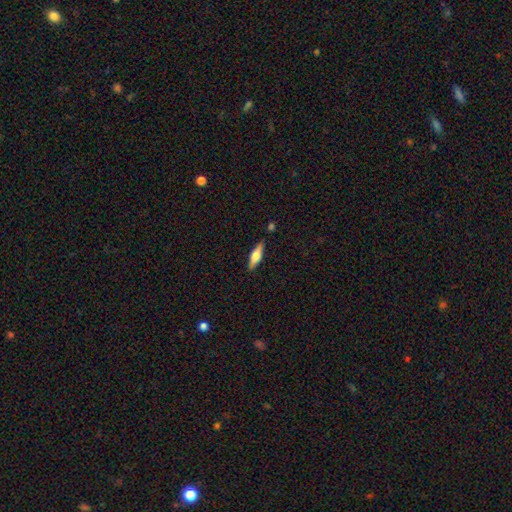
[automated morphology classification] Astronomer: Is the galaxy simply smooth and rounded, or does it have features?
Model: smooth — 52% (runner-up: featured or disk, 42%).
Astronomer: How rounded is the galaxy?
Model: cigar-shaped — 61% (runner-up: in between, 37%).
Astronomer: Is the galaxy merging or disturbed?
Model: none — 86%.